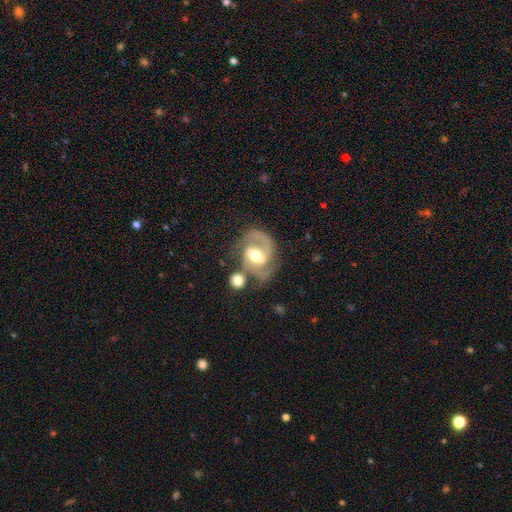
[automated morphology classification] Smooth or featured: featured or disk — 87% (smooth — 8%)
Edge-on disk: no — 97% (yes — 3%)
Bar: weak — 49% (strong — 31%)
Spiral arms: yes — 96% (no — 4%)
Spiral winding: medium — 57% (tight — 29%)
Spiral arm count: 2 — 86% (1 — 4%)
Bulge size: moderate — 69% (large — 17%)
Merging: none — 59% (minor disturbance — 17%)